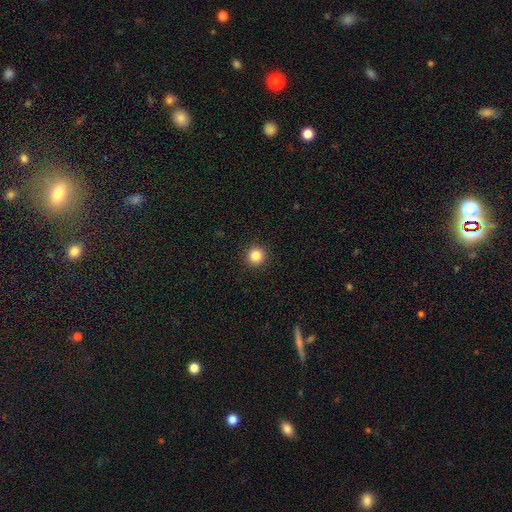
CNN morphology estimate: smooth 85%, star or artifact 11%, featured or disk 4%. Down the decision tree: how rounded — round (96%); merging — none (93%).